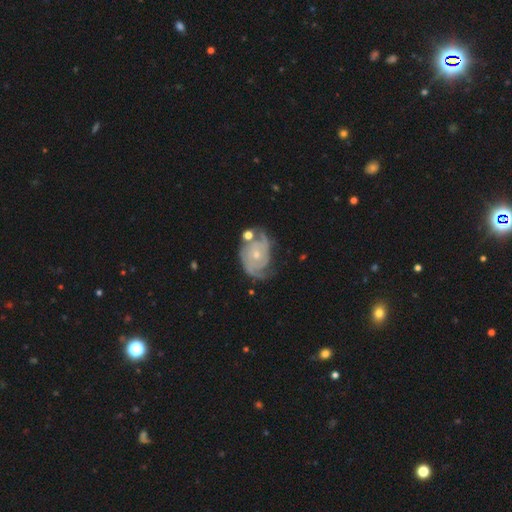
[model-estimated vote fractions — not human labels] smooth-or-featured: featured or disk: 85% | smooth: 10% | star or artifact: 5%
  disk-edge-on: no: 97% | yes: 3%
    bar: no: 77% | weak: 20% | strong: 4%
    has-spiral-arms: yes: 95% | no: 5%
      spiral-winding: tight: 57% | medium: 32% | loose: 11%
      spiral-arm-count: 2: 56% | can't tell: 19% | 3: 12% | 1: 5% | 4: 4% | more than 4: 3%
    bulge-size: small: 65% | moderate: 31% | none: 2% | large: 1% | dominant: 1%
  merging: none: 55% | minor disturbance: 24% | major disturbance: 12% | merger: 9%